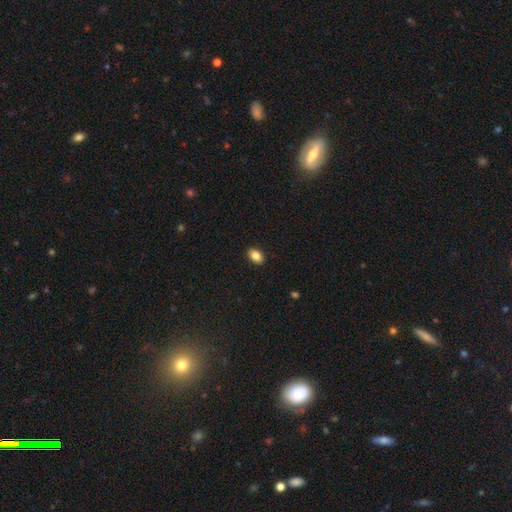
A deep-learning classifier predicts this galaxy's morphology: Overall: smooth (86%). How rounded: in between (86%). Merging: none (89%).